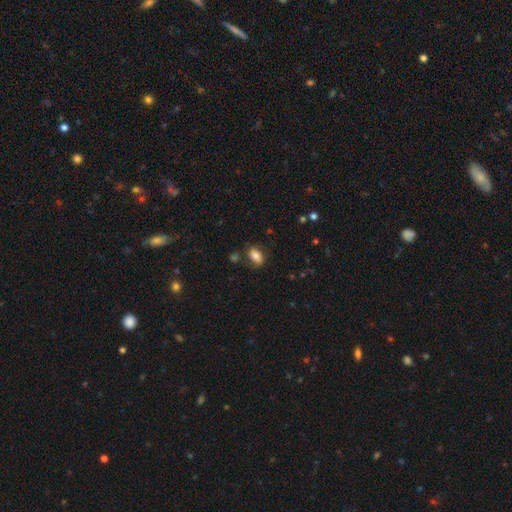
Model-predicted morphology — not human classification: smooth_or_featured: smooth (p=0.81) [alt: featured or disk p=0.10]
how_rounded: in between (p=0.87) [alt: round p=0.09]
merging: none (p=0.74) [alt: minor disturbance p=0.16]